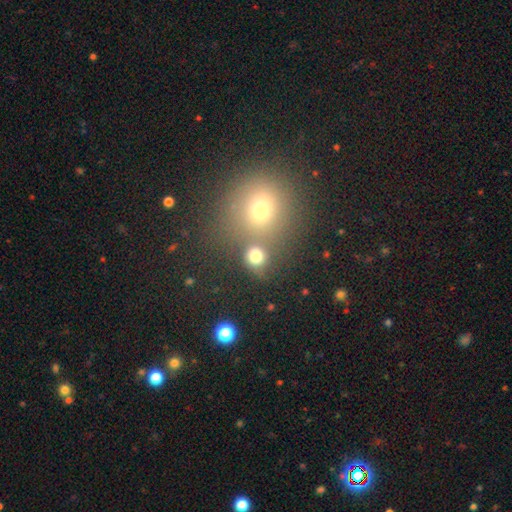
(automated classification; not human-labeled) A smooth galaxy with no disk features (76%) that is round (82%).

Vote fractions:
- Smooth or featured? smooth: 76% / star or artifact: 16% / featured or disk: 8%
- How rounded? round: 82% / in between: 17% / cigar-shaped: 1%
- Merging? none: 59% / merger: 27% / minor disturbance: 9% / major disturbance: 6%